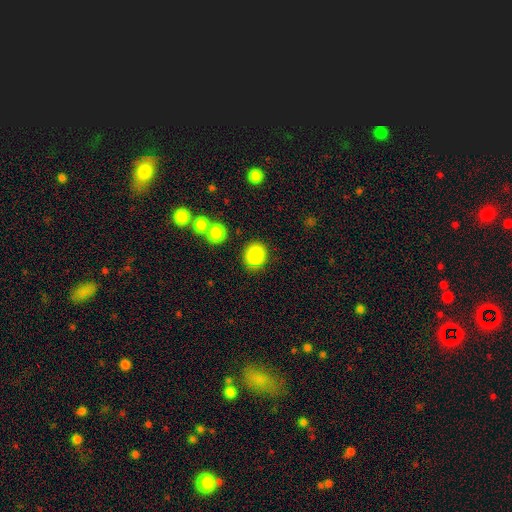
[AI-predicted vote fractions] Morphology: type=smooth (87%); roundness=round (72%); merging=none (83%).